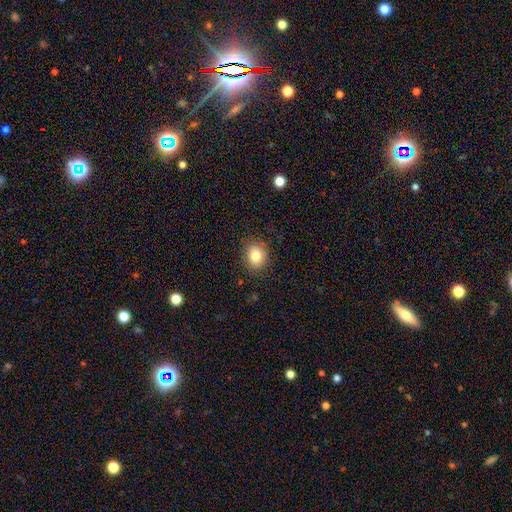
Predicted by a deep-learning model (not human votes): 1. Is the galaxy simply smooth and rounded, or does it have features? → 82% smooth, 10% star or artifact, 8% featured or disk.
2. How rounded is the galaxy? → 55% round, 44% in between, 1% cigar-shaped.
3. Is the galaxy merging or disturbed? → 87% none, 10% minor disturbance, 3% major disturbance, 1% merger.